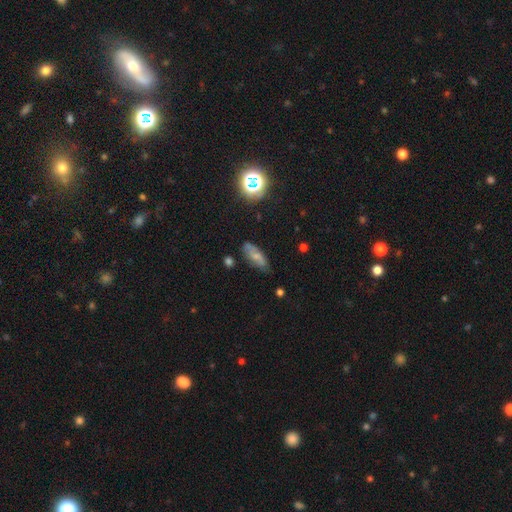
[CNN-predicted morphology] Overall: smooth (58%; featured or disk 30%). How rounded: in between (73%). Merging: none (66%).